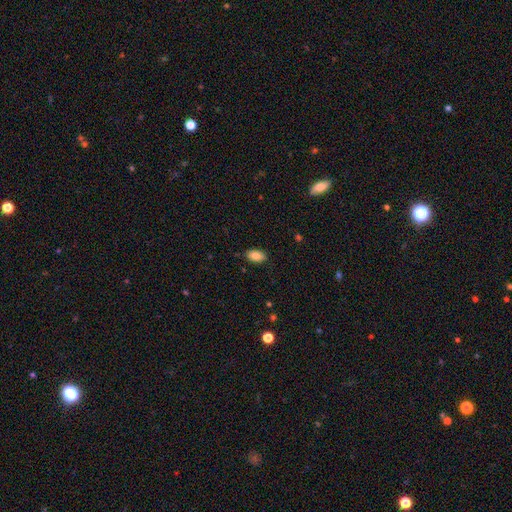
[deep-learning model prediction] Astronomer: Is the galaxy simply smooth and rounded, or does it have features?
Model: smooth — 86%.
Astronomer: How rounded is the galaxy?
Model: in between — 91%.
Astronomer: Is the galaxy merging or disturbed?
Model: none — 86%.